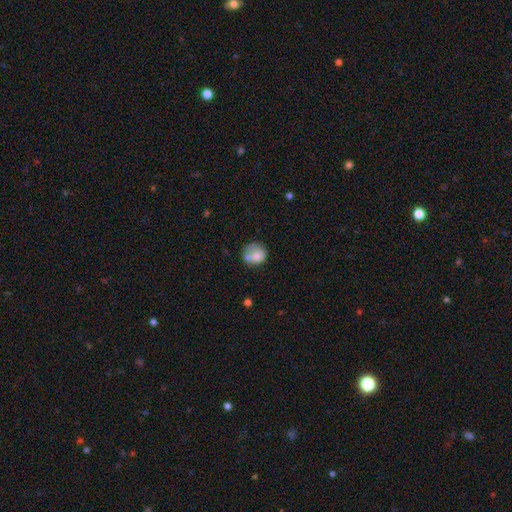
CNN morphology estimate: This appears to be a smooth galaxy with no disk features (73%) that is round (77%). Merging: none (45%).